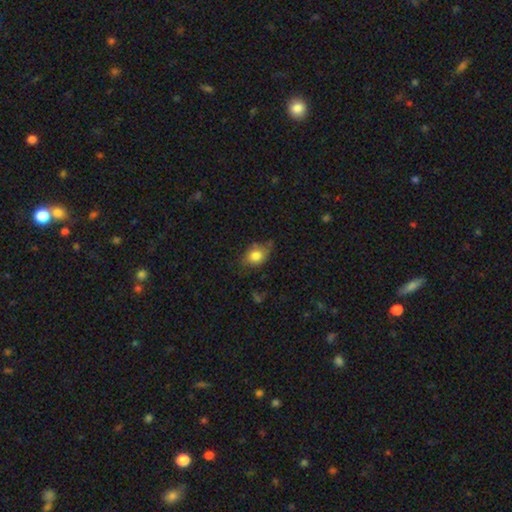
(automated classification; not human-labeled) The model was most divided on "merging": none: 58%, minor disturbance: 31%, major disturbance: 8%, merger: 3%. More confident: smooth or featured — smooth (80%); how rounded — in between (68%).